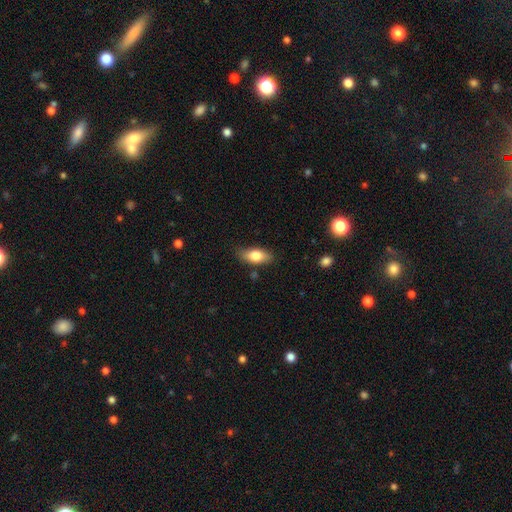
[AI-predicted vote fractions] Smooth or featured? Predicted: smooth (p=0.77). How rounded? Predicted: in between (p=0.84). Merging? Predicted: none (p=0.80).